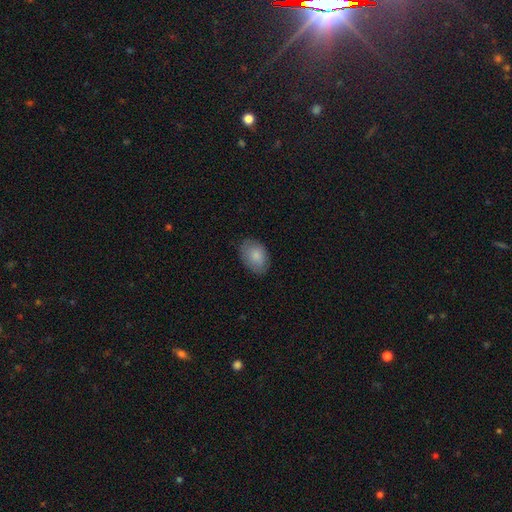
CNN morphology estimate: type=smooth (85%); roundness=in between (85%); merging=none (82%).